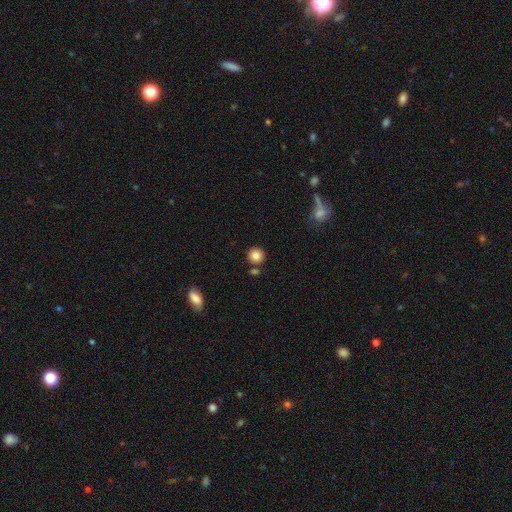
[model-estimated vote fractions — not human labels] Overall: smooth (84%). How rounded: round (91%). Merging: none (81%).